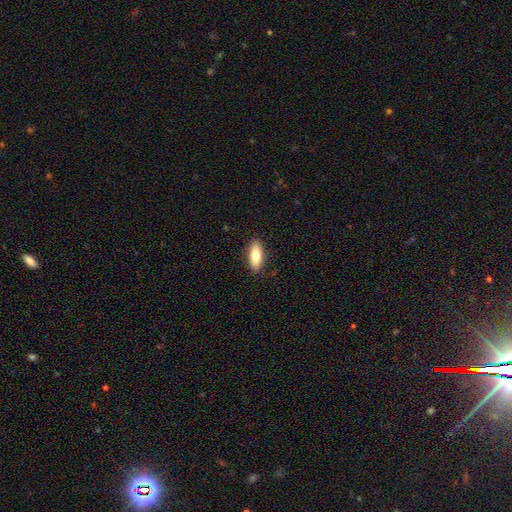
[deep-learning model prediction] Q: Smooth or featured?
A: smooth (80%); runner-up: featured or disk (13%)
Q: How rounded?
A: in between (75%); runner-up: cigar-shaped (22%)
Q: Merging?
A: none (89%); runner-up: minor disturbance (8%)